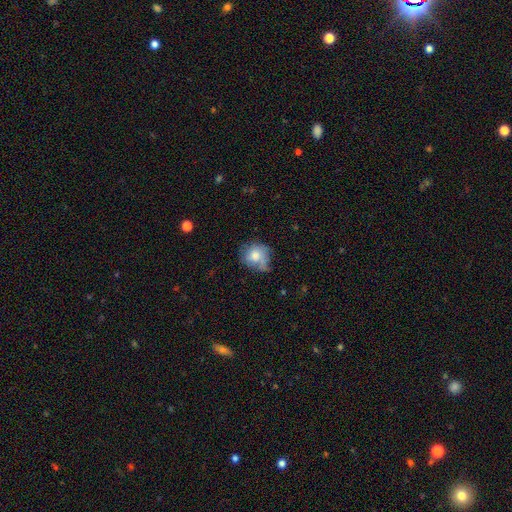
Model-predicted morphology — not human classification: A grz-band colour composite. It shows a smooth galaxy with no disk features (71%) that is round (73%). Merging: none (45%).